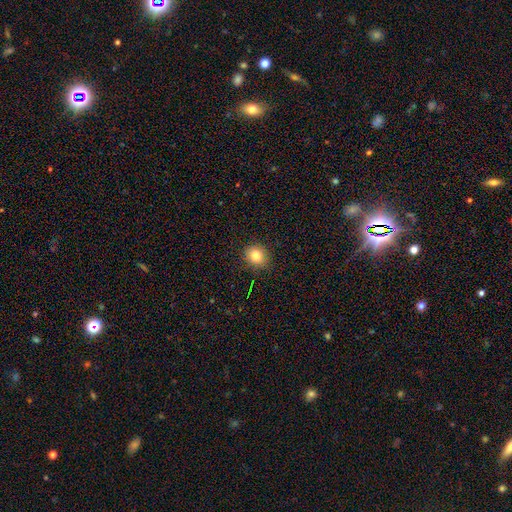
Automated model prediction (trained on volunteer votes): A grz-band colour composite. It shows a smooth galaxy with no disk features (81%) that is round (74%). Merging: none (89%).